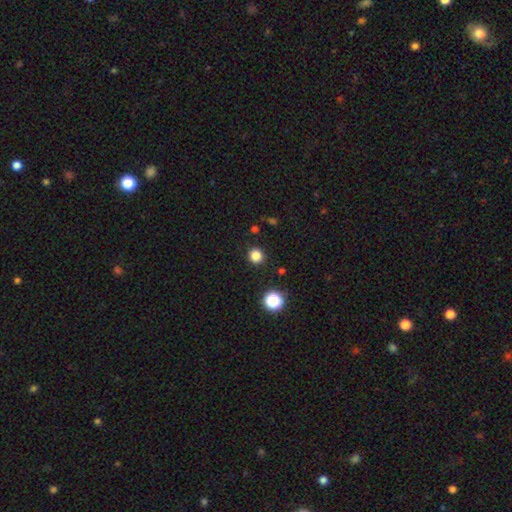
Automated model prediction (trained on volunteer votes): Smooth or featured? smooth (82%)
How rounded? round (92%)
Merging? none (91%)